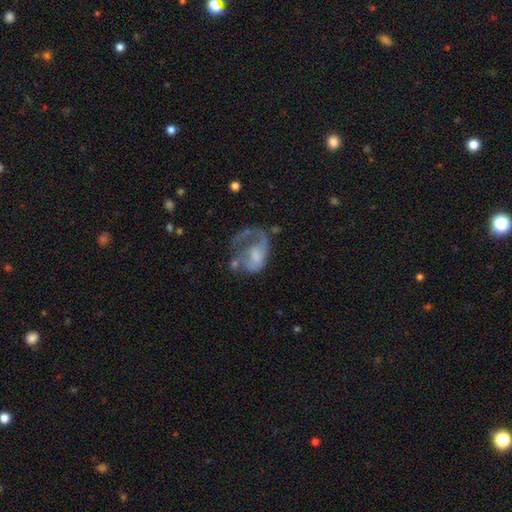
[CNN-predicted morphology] Q: Smooth or featured?
A: featured or disk (63%); runner-up: smooth (28%)
Q: Edge-on disk?
A: no (97%); runner-up: yes (3%)
Q: Bar?
A: no (65%); runner-up: weak (29%)
Q: Spiral arms?
A: yes (62%); runner-up: no (38%)
Q: Bulge size?
A: none (40%); runner-up: small (27%)
Q: Merging?
A: major disturbance (51%); runner-up: none (24%)